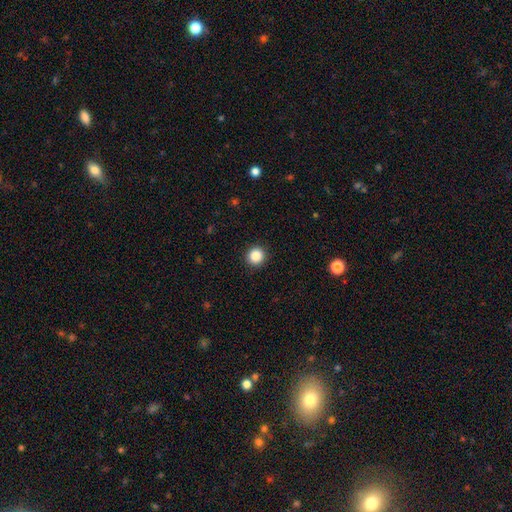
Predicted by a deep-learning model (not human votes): smooth-or-featured: smooth: 86% | star or artifact: 10% | featured or disk: 3%
  how-rounded: round: 92% | in between: 7% | cigar-shaped: 1%
  merging: none: 92% | minor disturbance: 5% | major disturbance: 2% | merger: 1%